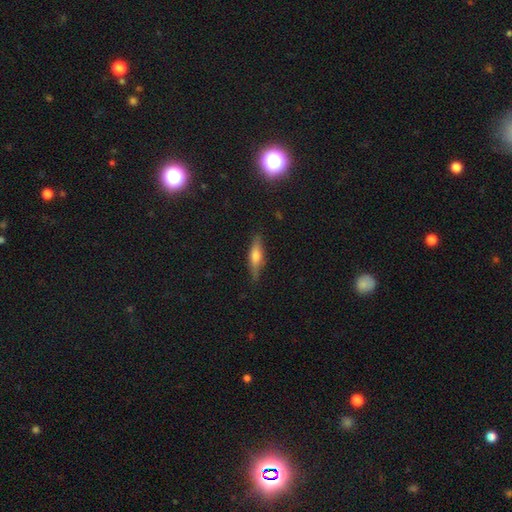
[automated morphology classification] A smooth galaxy with no disk features (46%, tied with featured or disk).

Vote fractions:
- Smooth or featured? smooth: 46% (tied) / featured or disk: 46% (tied) / star or artifact: 9%
- Merging? none: 81% / minor disturbance: 15% / major disturbance: 3% / merger: 1%